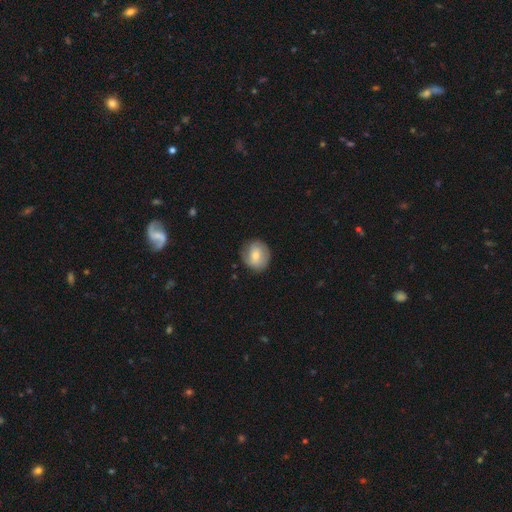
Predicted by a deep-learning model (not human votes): smooth_or_featured: smooth (p=0.64) [alt: featured or disk p=0.29]
how_rounded: round (p=0.78) [alt: in between p=0.21]
merging: none (p=0.78) [alt: minor disturbance p=0.17]